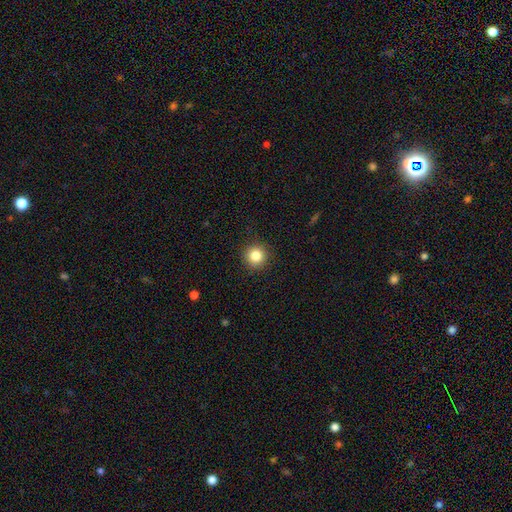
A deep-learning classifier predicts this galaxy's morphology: The model was most divided on "smooth or featured": smooth: 84%, star or artifact: 11%, featured or disk: 5%. More confident: how rounded — round (95%); merging — none (92%).